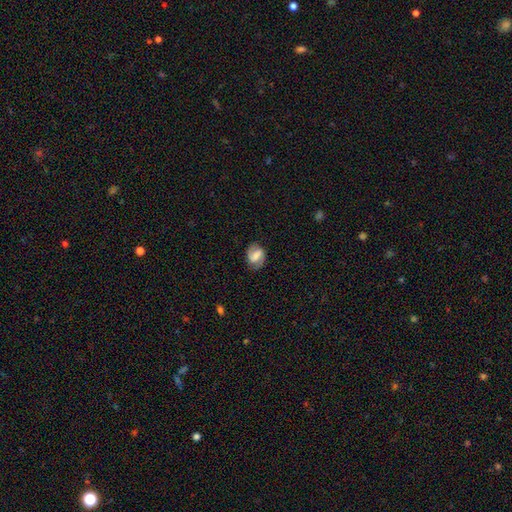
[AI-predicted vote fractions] Smooth or featured? featured or disk (56%)
Edge-on disk? no (97%)
Bar? strong (47%)
Spiral arms? yes (85%)
Bulge size? moderate (29%)
Merging? none (79%)